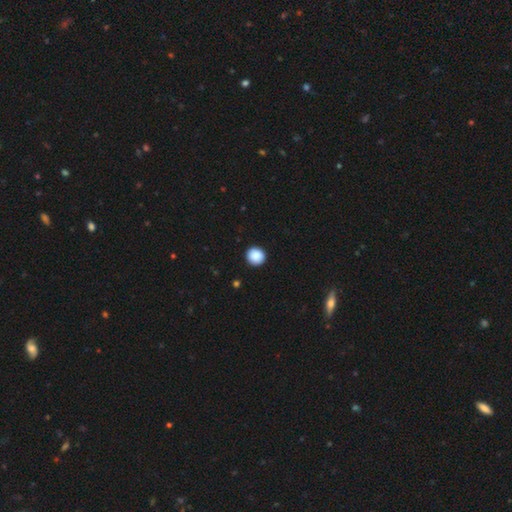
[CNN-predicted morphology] Smooth or featured?
  - smooth: 90% *
  - star or artifact: 8%
  - featured or disk: 2%
How rounded?
  - round: 93% *
  - in between: 6%
  - cigar-shaped: 1%
Merging?
  - none: 93% *
  - minor disturbance: 5%
  - major disturbance: 1%
  - merger: 1%